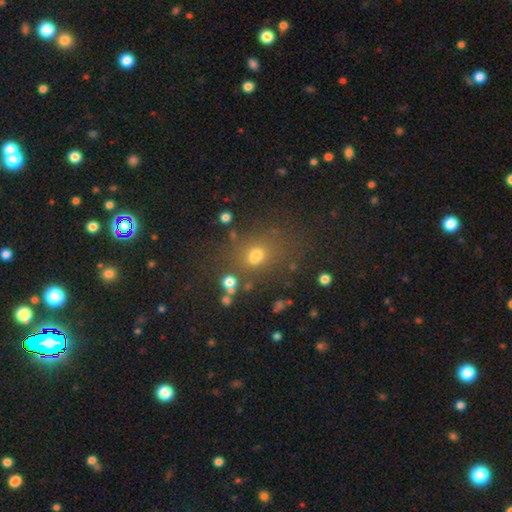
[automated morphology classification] Smooth or featured: smooth — 65% (star or artifact — 23%)
How rounded: round — 52% (in between — 46%)
Merging: none — 68% (minor disturbance — 14%)